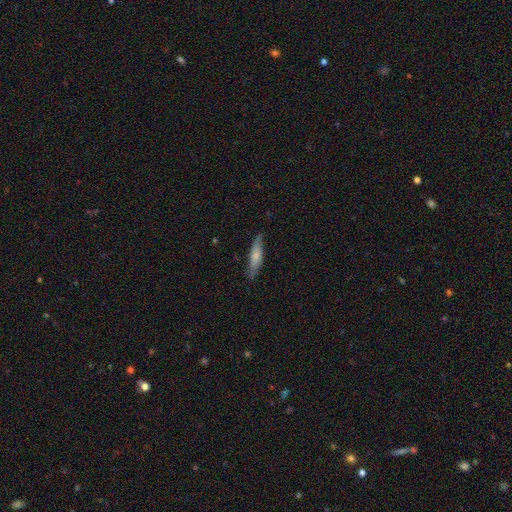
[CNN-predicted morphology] A smooth galaxy with no disk features (57%) that is cigar-shaped (69%). Merging: none (74%).